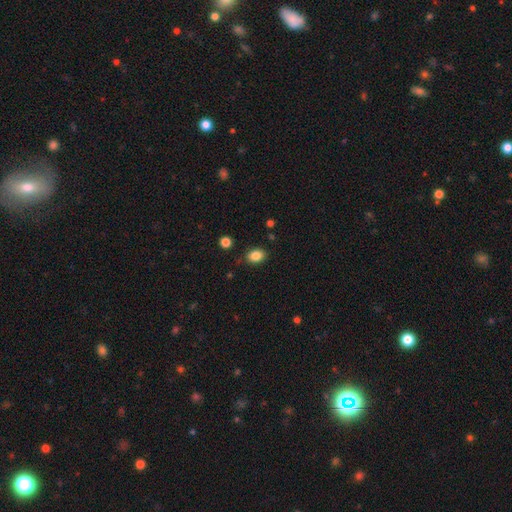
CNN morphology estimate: Q: Smooth or featured?
A: smooth (85%); runner-up: star or artifact (10%)
Q: How rounded?
A: in between (71%); runner-up: round (28%)
Q: Merging?
A: none (82%); runner-up: minor disturbance (13%)